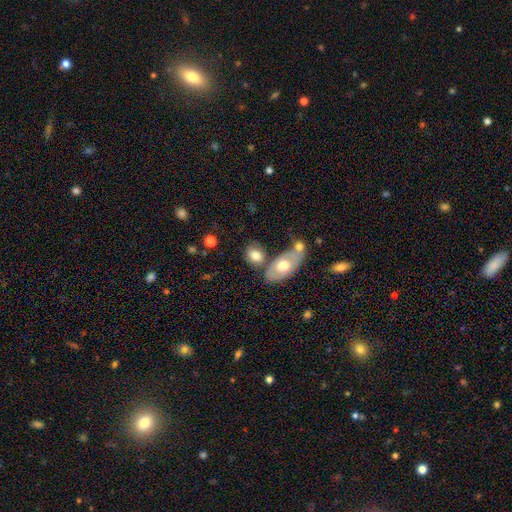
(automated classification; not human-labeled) Q: Smooth or featured?
A: smooth (73%); runner-up: featured or disk (20%)
Q: How rounded?
A: in between (75%); runner-up: round (23%)
Q: Merging?
A: none (53%); runner-up: merger (27%)